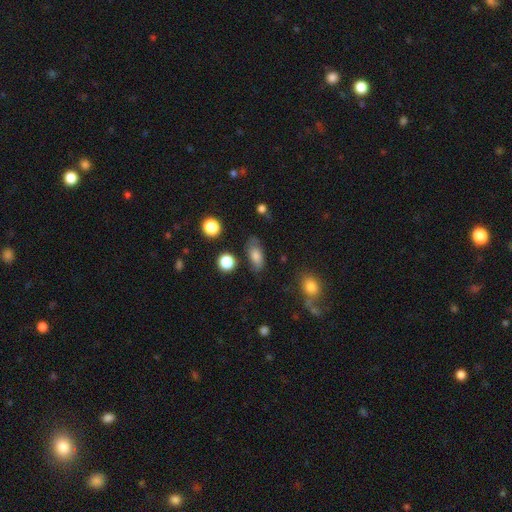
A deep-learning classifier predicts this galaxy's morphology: Smooth or featured: smooth — 74% (featured or disk — 17%)
How rounded: in between — 84% (cigar-shaped — 9%)
Merging: none — 71% (minor disturbance — 19%)